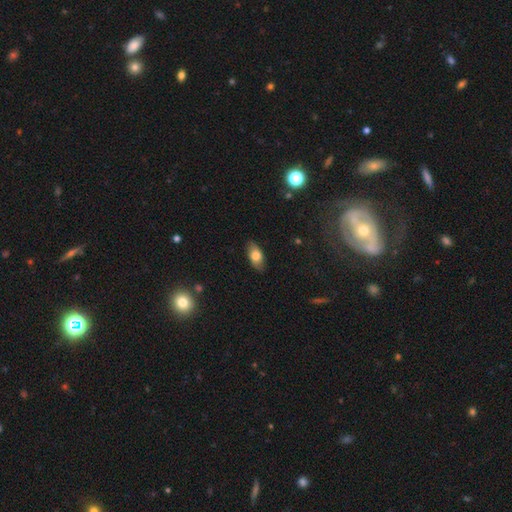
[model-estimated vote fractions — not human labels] Smooth or featured? Predicted: smooth (p=0.75). How rounded? Predicted: in between (p=0.89). Merging? Predicted: none (p=0.84).